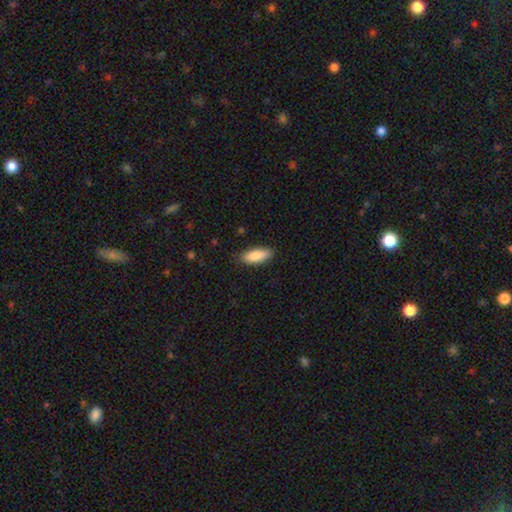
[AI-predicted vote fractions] smooth 87%, featured or disk 7%, star or artifact 6%. Down the decision tree: how rounded — in between (71%); merging — none (86%).